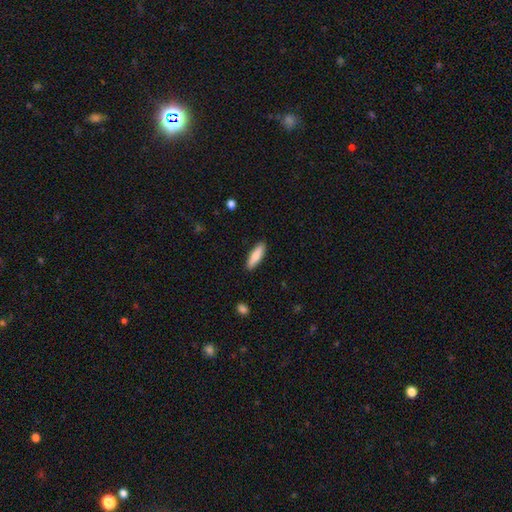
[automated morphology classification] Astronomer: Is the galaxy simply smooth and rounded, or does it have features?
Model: smooth — 78%.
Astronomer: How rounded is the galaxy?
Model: cigar-shaped — 58% (runner-up: in between, 40%).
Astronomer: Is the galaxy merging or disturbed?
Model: none — 89%.